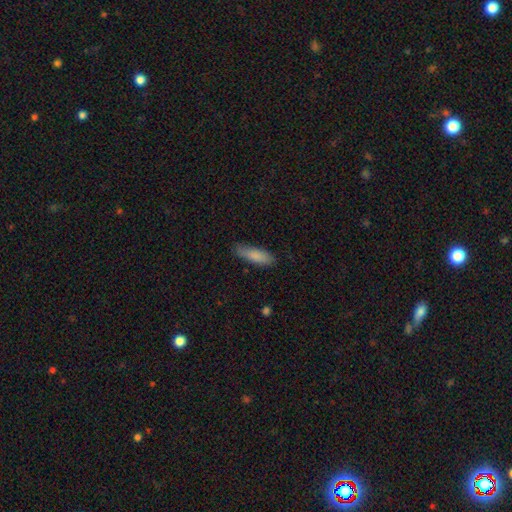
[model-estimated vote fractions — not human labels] This is clearly a smooth galaxy (83%). How rounded: possibly cigar-shaped (54%). Merging: likely none (78%).